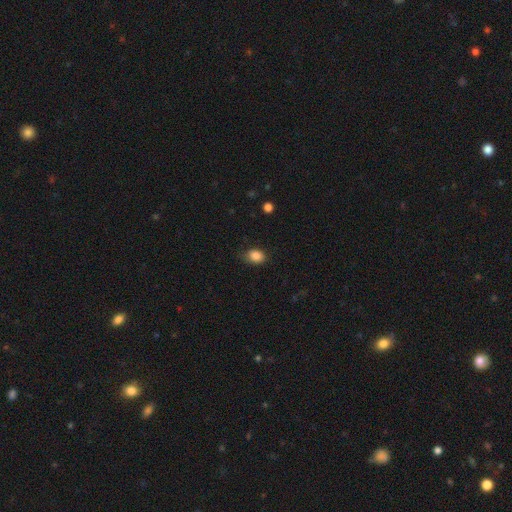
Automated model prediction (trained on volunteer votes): smooth 86%, star or artifact 9%, featured or disk 5%. Down the decision tree: how rounded — in between (66%); merging — none (70%).